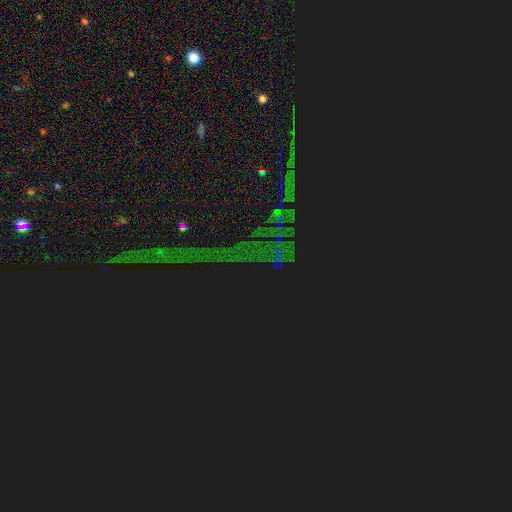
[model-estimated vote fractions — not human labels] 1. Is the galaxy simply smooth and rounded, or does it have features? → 88% star or artifact, 6% smooth, 6% featured or disk.